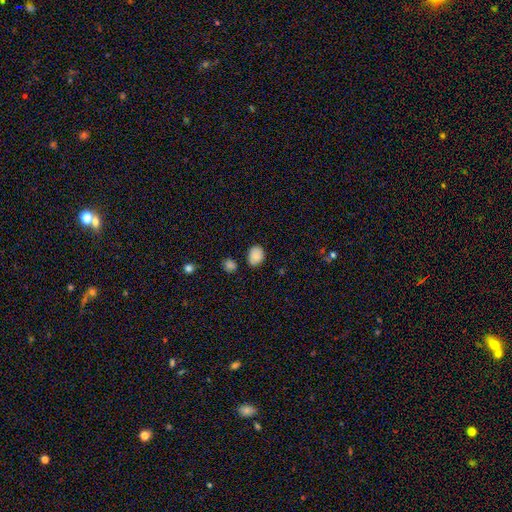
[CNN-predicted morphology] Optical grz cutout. It shows a smooth galaxy with no disk features (84%) that is in between round and cigar-shaped (63%). Merging: none (74%).